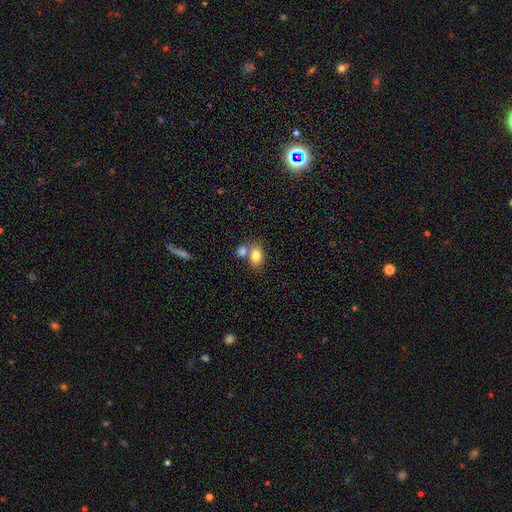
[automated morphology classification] Smooth or featured? smooth (80%)
How rounded? in between (66%)
Merging? none (44%)